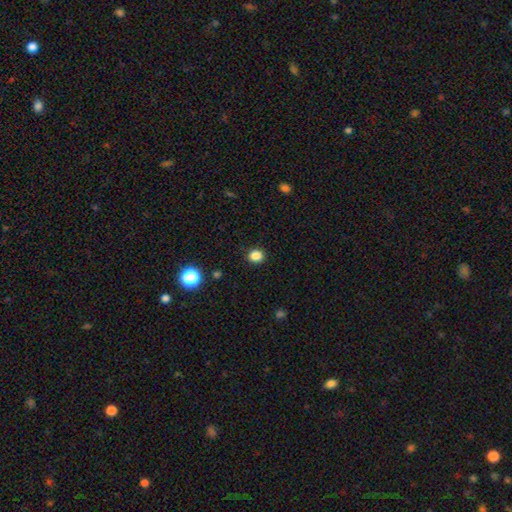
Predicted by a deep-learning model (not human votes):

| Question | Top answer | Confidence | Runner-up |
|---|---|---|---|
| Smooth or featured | smooth | 85% | star or artifact (12%) |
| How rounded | round | 74% | in between (25%) |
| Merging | none | 90% | minor disturbance (7%) |